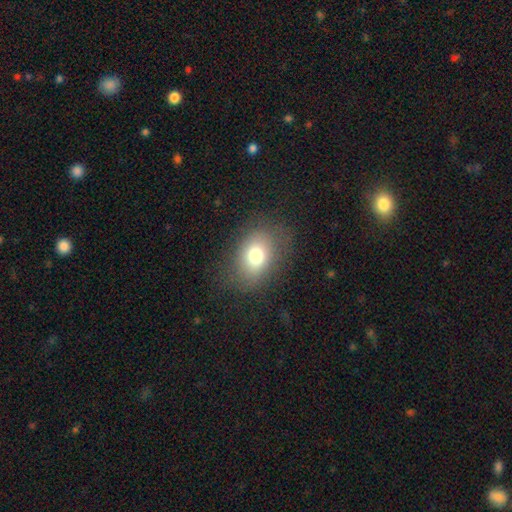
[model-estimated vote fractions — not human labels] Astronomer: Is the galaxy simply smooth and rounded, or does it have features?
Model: smooth — 76%.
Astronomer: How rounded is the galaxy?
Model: in between — 70%.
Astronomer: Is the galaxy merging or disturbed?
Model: none — 78%.